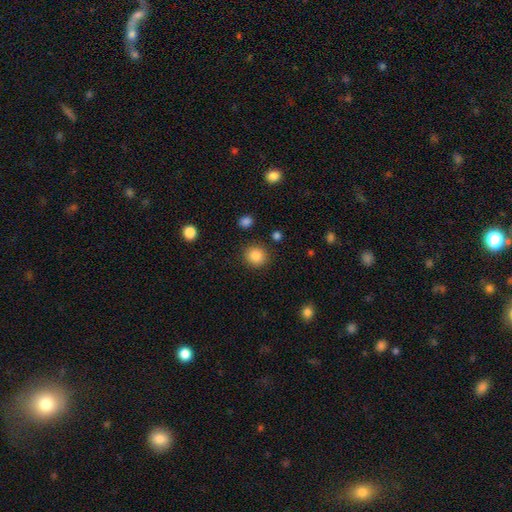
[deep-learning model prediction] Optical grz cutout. It shows a smooth galaxy with no disk features (86%) that is round (87%). Merging: none (88%).